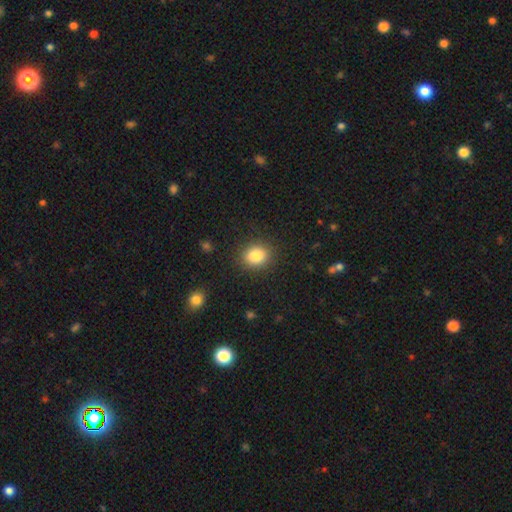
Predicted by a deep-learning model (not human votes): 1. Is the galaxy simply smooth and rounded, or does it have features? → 85% smooth, 10% star or artifact, 6% featured or disk.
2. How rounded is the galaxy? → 58% round, 41% in between, 1% cigar-shaped.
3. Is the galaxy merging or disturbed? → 88% none, 8% minor disturbance, 3% major disturbance, 1% merger.